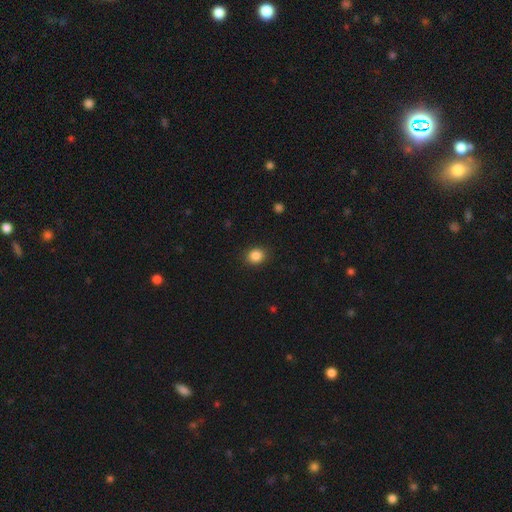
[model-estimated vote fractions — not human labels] Overall: smooth (86%). How rounded: round (66%; in between 33%). Merging: none (89%).